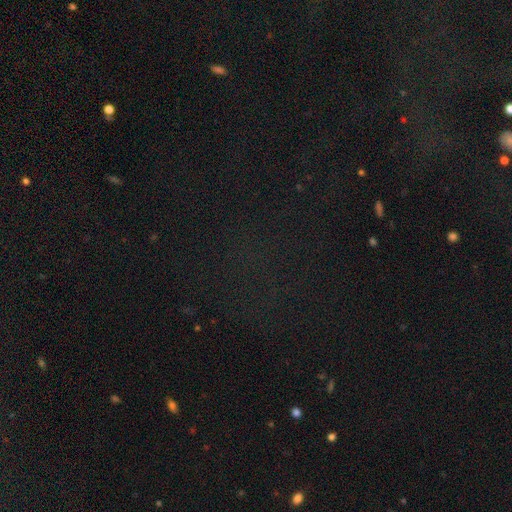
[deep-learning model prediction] Smooth or featured?
  - star or artifact: 73% *
  - smooth: 16%
  - featured or disk: 11%